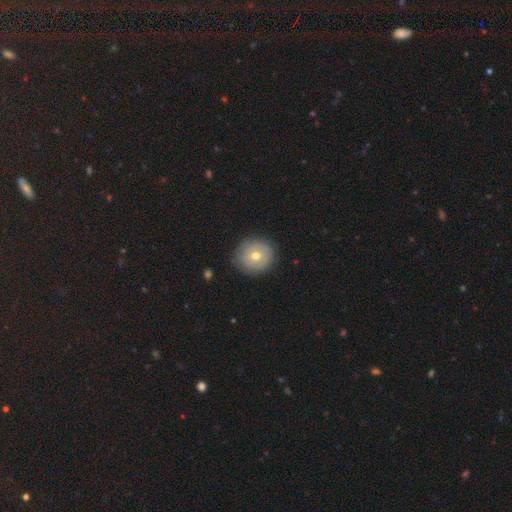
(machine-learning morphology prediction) Q: Smooth or featured?
A: smooth (61%); runner-up: featured or disk (30%)
Q: How rounded?
A: round (89%); runner-up: in between (10%)
Q: Merging?
A: none (83%); runner-up: minor disturbance (12%)